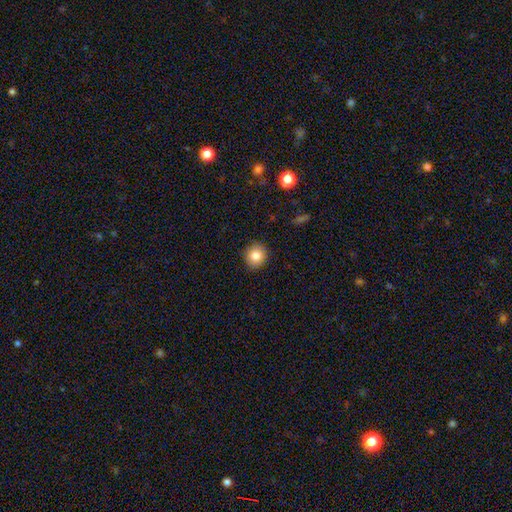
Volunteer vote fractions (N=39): smooth 92%, featured or disk 8%, star or artifact 0%. Down the decision tree: how rounded — round (97%); merging — none (90%).